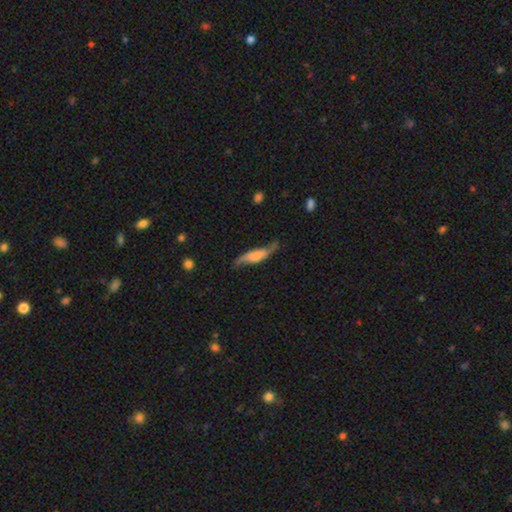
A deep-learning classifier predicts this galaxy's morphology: type=featured or disk (55%); edge-on=no (52%); merging=none (63%).